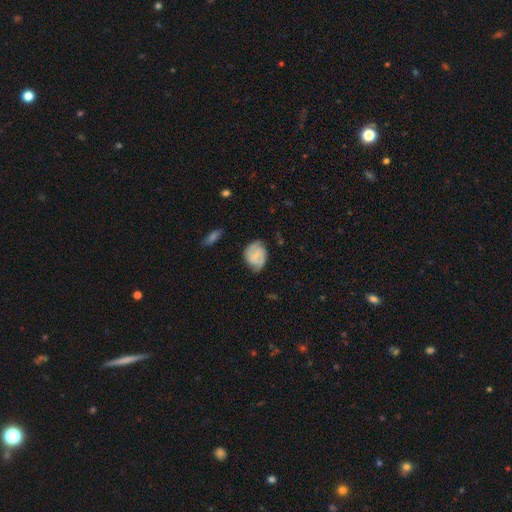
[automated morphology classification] This is possibly a featured or disk galaxy (60%). It is clearly not viewed edge-on (97%). Bar: possibly no (45%). Spiral arm pattern: clearly yes (91%). Spiral arm count: likely 2 (69%). Spiral winding: possibly tight (47%). Central bulge: possibly small (48%). Merging: likely none (67%).